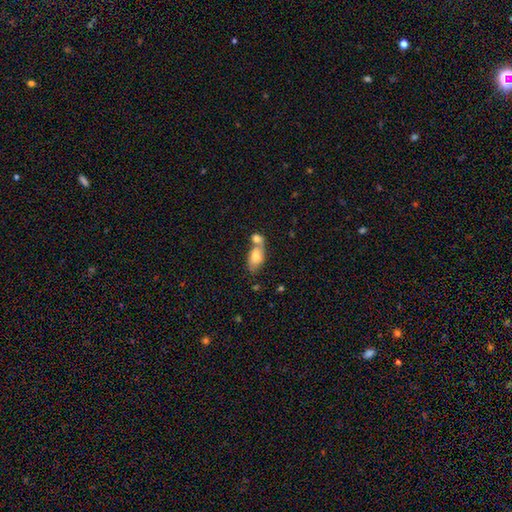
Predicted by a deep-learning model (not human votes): smooth_or_featured: smooth (p=0.69) [alt: featured or disk p=0.23]
how_rounded: in between (p=0.87) [alt: round p=0.09]
merging: merger (p=0.55) [alt: none p=0.29]